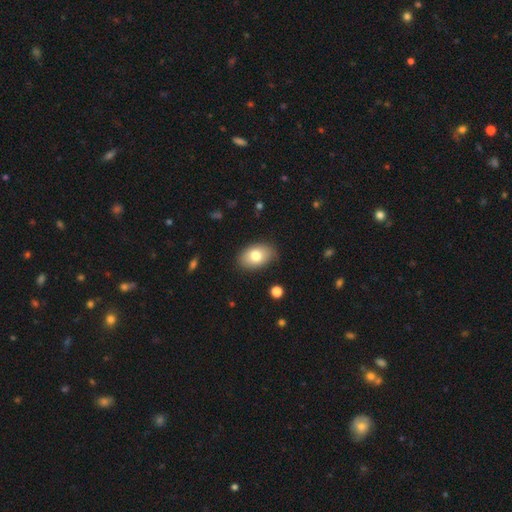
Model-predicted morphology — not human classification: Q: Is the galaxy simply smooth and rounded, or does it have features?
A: smooth — 78%.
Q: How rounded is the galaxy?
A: in between — 86%.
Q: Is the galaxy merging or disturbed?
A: none — 82%.